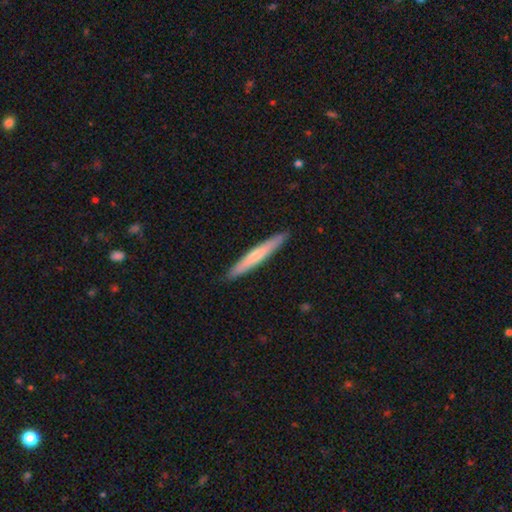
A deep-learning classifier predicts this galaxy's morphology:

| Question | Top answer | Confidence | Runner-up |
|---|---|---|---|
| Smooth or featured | smooth | 59% | featured or disk (36%) |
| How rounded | cigar-shaped | 96% | in between (3%) |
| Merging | none | 92% | minor disturbance (6%) |